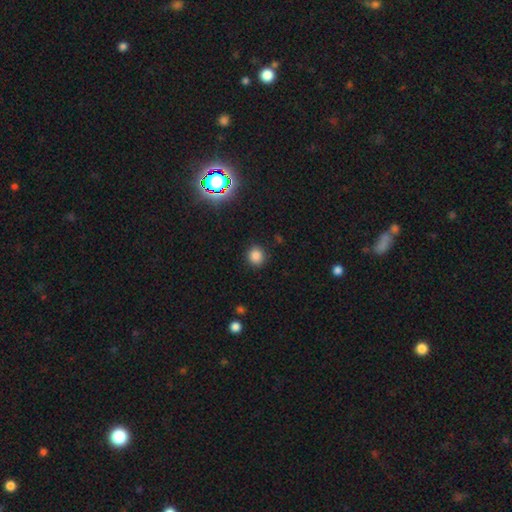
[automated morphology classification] Overall: smooth (82%). How rounded: round (86%). Merging: none (89%).